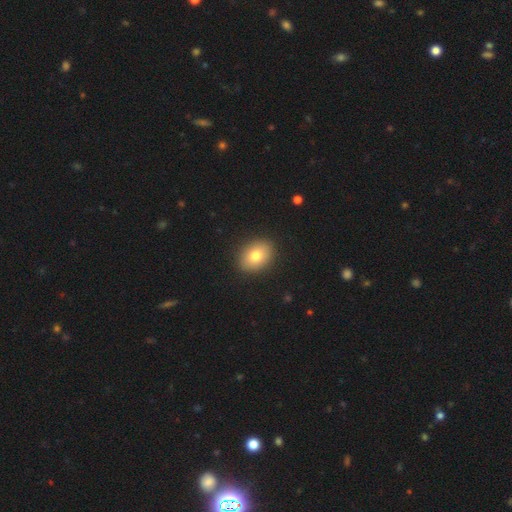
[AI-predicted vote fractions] smooth-or-featured: smooth: 78% | featured or disk: 13% | star or artifact: 9%
  how-rounded: in between: 69% | round: 30% | cigar-shaped: 1%
  merging: none: 90% | minor disturbance: 7% | major disturbance: 2% | merger: 1%